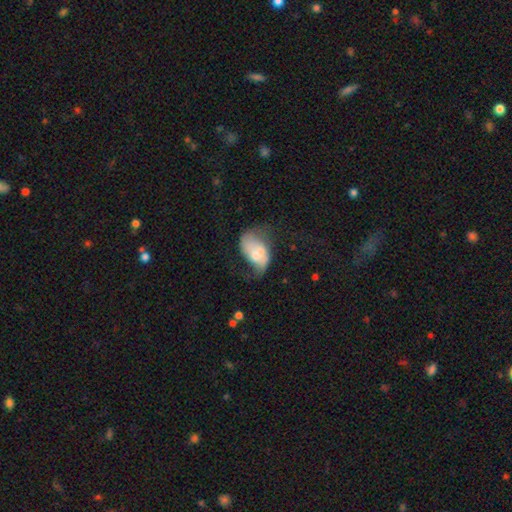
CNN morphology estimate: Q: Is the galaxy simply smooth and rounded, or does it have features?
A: featured or disk — 59%.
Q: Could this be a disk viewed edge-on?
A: no — 96%.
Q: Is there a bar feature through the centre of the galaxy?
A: no — 62%.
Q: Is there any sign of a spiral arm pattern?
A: yes — 71%.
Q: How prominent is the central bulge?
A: moderate — 45%.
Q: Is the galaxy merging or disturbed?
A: none — 34%.